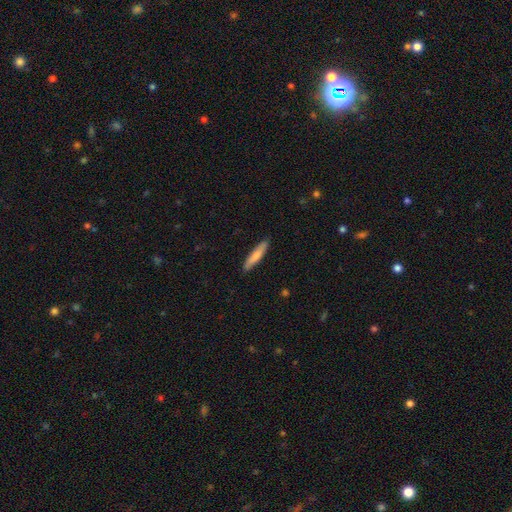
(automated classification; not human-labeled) smooth 78%, featured or disk 17%, star or artifact 5%. Down the decision tree: how rounded — cigar-shaped (89%); merging — none (89%).